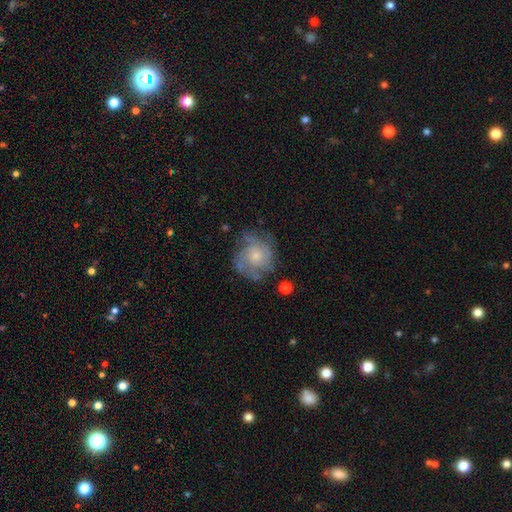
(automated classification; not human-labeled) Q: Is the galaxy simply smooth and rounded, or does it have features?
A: featured or disk — 67%.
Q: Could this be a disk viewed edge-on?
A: no — 98%.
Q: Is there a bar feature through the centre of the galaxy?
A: no — 83%.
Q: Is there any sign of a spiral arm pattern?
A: yes — 83%.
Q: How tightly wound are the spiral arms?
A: tight — 51%.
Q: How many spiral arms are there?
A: can't tell — 41%.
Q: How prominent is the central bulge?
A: small — 51%.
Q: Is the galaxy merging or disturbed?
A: none — 65%.